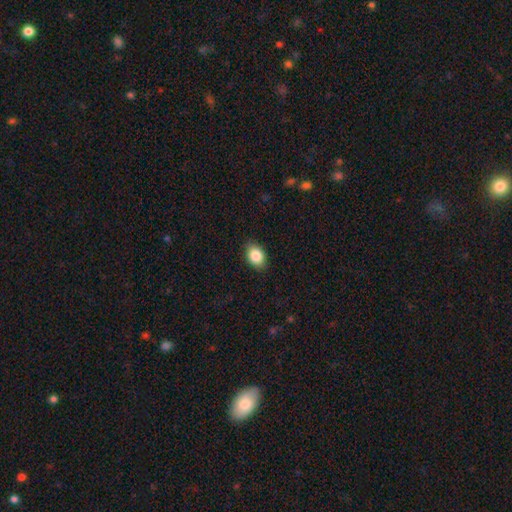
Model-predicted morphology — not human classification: Smooth or featured? Predicted: smooth (p=0.86). How rounded? Predicted: in between (p=0.81). Merging? Predicted: none (p=0.86).